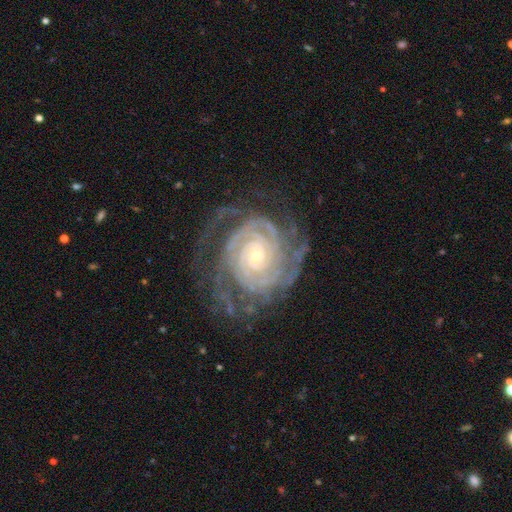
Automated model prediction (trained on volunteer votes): Overall: featured or disk (91%). Edge-on disk: no (97%). Bar: no (75%). Spiral arms: yes (98%). Spiral arm count: 2 (22%; can't tell 21%). Spiral winding: tight (81%). Bulge size: small (81%). Merging: none (70%).